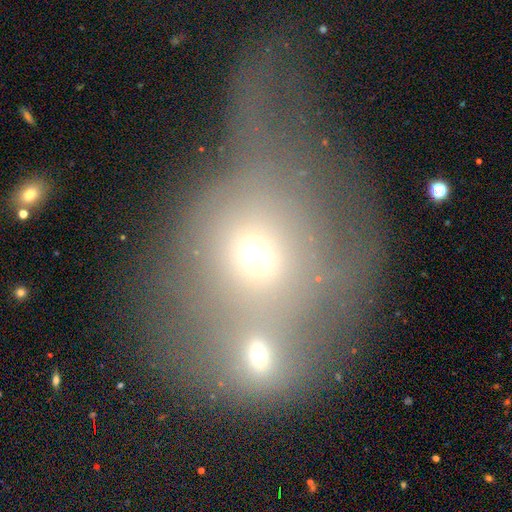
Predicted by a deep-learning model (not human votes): smooth_or_featured: smooth (p=0.66) [alt: star or artifact p=0.18]
how_rounded: round (p=0.68) [alt: in between p=0.30]
merging: merger (p=0.55) [alt: none p=0.31]